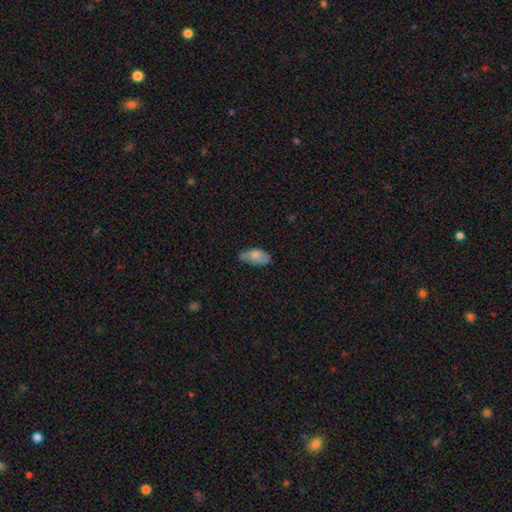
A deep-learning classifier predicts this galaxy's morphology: Overall: smooth (71%). How rounded: in between (91%). Merging: none (54%; minor disturbance 35%).